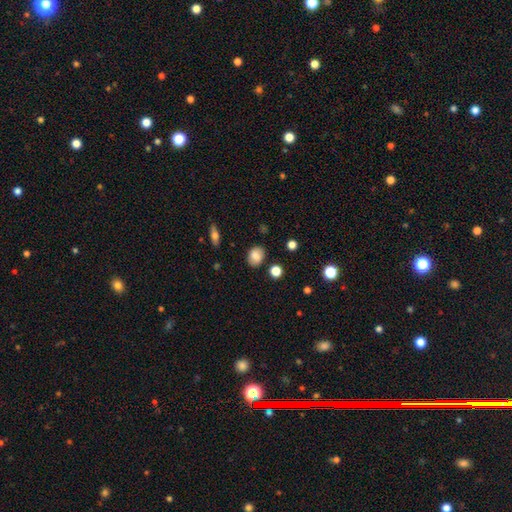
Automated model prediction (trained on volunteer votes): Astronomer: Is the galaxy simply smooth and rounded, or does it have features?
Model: smooth — 82%.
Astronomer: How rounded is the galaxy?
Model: in between — 57% (runner-up: round, 42%).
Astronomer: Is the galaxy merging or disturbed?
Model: none — 82%.